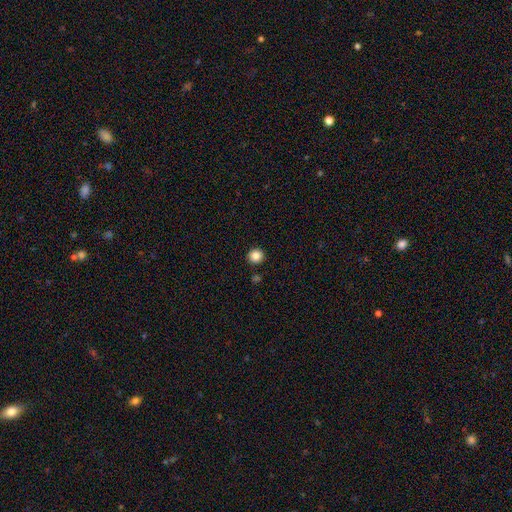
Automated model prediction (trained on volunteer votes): smooth_or_featured: smooth (p=0.85) [alt: star or artifact p=0.10]
how_rounded: round (p=0.93) [alt: in between p=0.06]
merging: none (p=0.91) [alt: minor disturbance p=0.05]